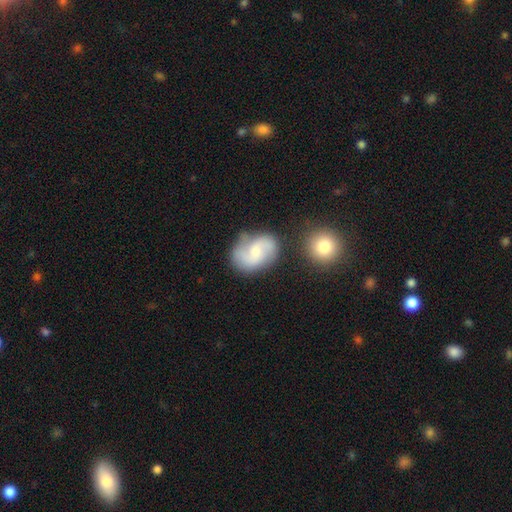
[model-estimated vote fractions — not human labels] featured or disk 66%, smooth 27%, star or artifact 7%. Down the decision tree: edge-on disk — no (97%); bar — no (52%); spiral arms — yes (92%); spiral arm count — 2 (85%); spiral winding — medium (48%); bulge size — small (49%); merging — none (59%).